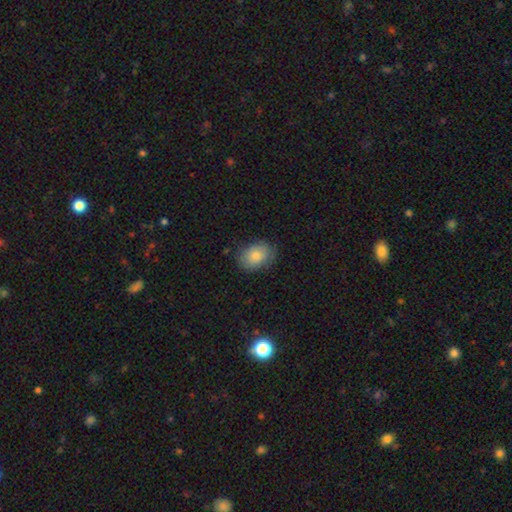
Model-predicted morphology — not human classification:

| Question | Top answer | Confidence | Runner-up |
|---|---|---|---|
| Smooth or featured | smooth | 79% | featured or disk (13%) |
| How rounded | in between | 73% | round (26%) |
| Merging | none | 77% | minor disturbance (18%) |